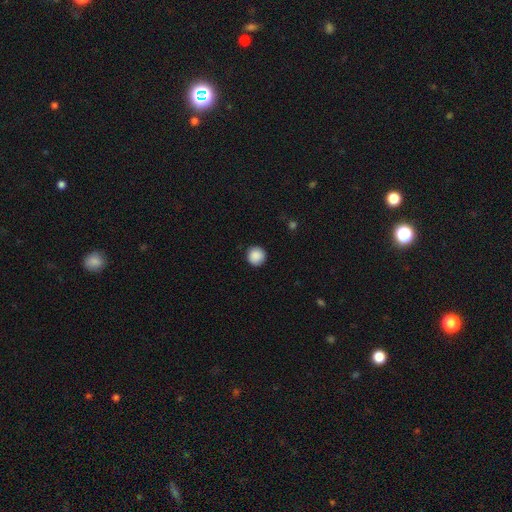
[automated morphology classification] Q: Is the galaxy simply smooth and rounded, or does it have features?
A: smooth — 89%.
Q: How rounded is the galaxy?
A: round — 95%.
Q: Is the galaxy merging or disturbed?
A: none — 91%.